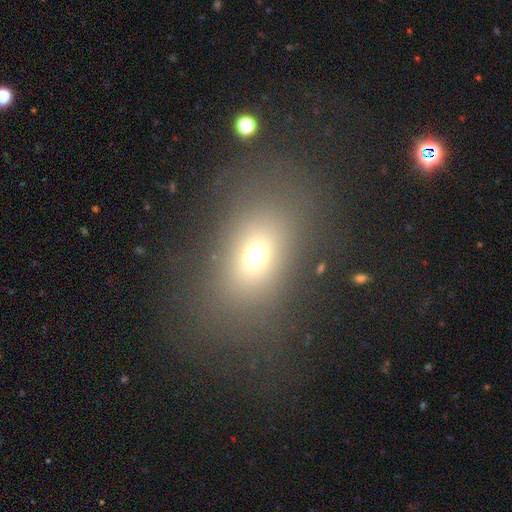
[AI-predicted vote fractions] A smooth galaxy with no disk features (65%) that is in between round and cigar-shaped (67%).

Vote fractions:
- Smooth or featured? smooth: 65% / star or artifact: 19% / featured or disk: 16%
- How rounded? in between: 67% / round: 30% / cigar-shaped: 3%
- Merging? none: 72% / major disturbance: 13% / minor disturbance: 13% / merger: 2%